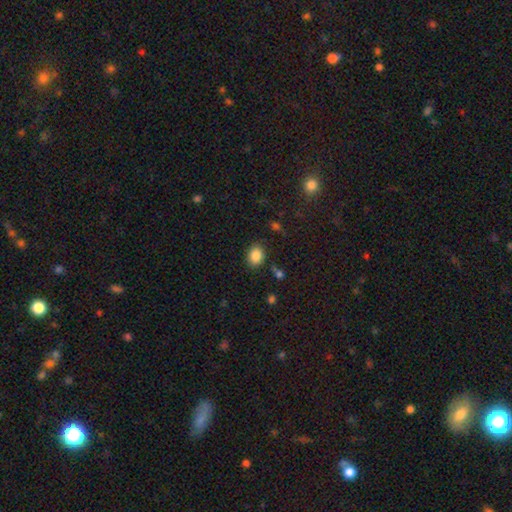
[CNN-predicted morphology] Smooth or featured?
  - smooth: 86% *
  - star or artifact: 9%
  - featured or disk: 5%
How rounded?
  - in between: 68% *
  - round: 31%
  - cigar-shaped: 1%
Merging?
  - none: 83% *
  - minor disturbance: 11%
  - major disturbance: 3%
  - merger: 2%